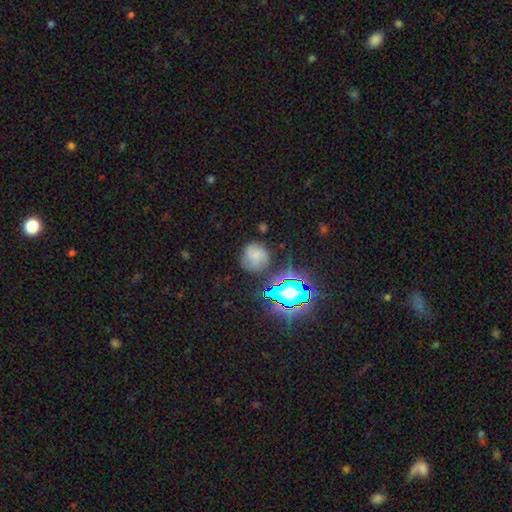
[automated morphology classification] type=smooth (54%); roundness=round (86%); merging=none (66%).